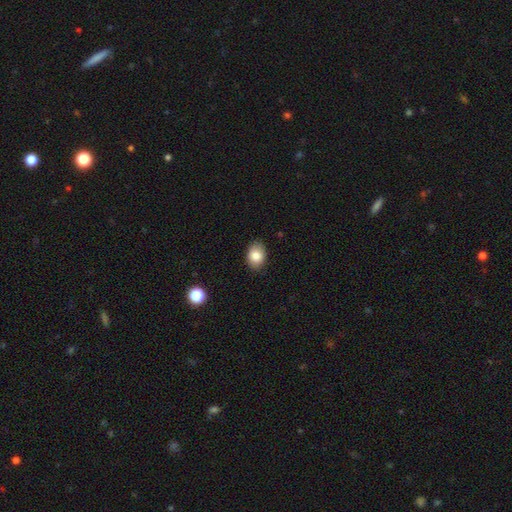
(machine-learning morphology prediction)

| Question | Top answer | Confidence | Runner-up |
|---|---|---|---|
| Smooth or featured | smooth | 85% | star or artifact (8%) |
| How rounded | in between | 73% | round (26%) |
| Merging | none | 86% | minor disturbance (11%) |